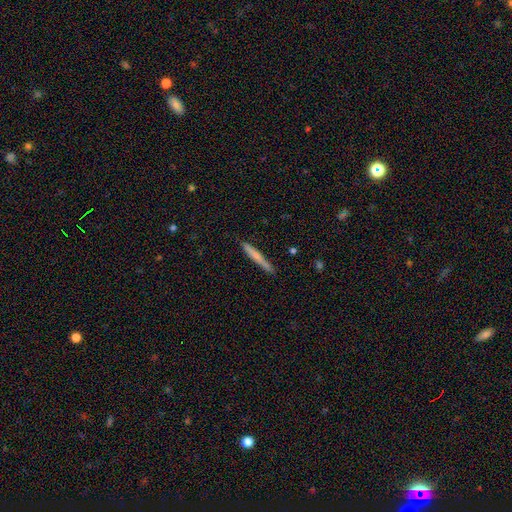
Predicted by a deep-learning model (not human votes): A smooth galaxy with no disk features (62%) that is cigar-shaped (96%).

Vote fractions:
- Smooth or featured? smooth: 62% / featured or disk: 32% / star or artifact: 6%
- How rounded? cigar-shaped: 96% / in between: 2% / round: 1%
- Merging? none: 88% / minor disturbance: 9% / major disturbance: 2% / merger: 1%